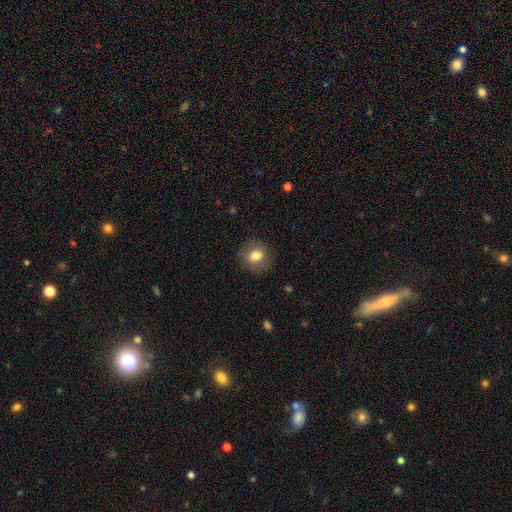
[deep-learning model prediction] Smooth or featured? smooth (79%)
How rounded? round (77%)
Merging? none (87%)